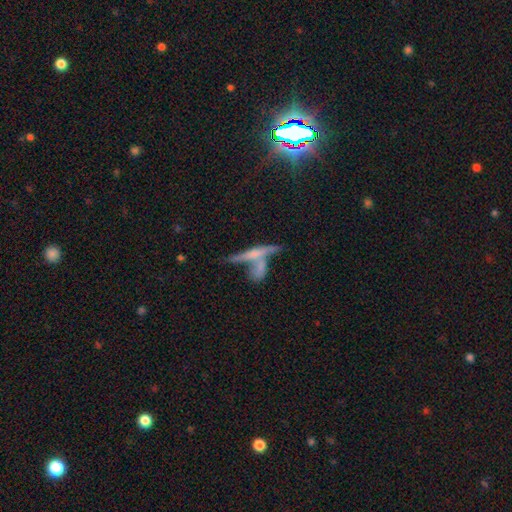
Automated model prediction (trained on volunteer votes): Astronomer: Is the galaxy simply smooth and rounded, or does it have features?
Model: featured or disk — 48% (runner-up: smooth, 43%).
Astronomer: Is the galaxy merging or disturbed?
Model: merger — 47% (runner-up: none, 35%).